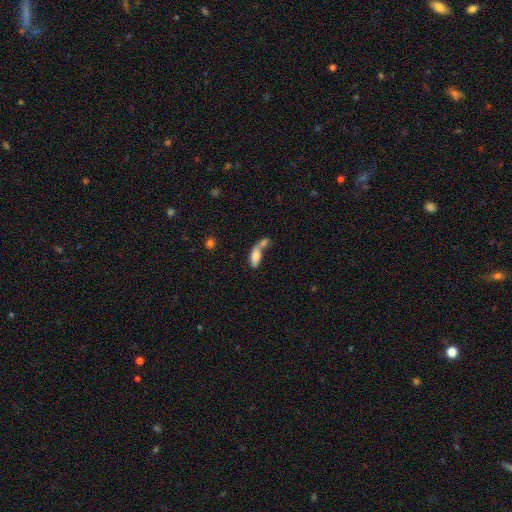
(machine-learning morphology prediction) Smooth or featured? smooth (74%)
How rounded? in between (79%)
Merging? merger (60%)